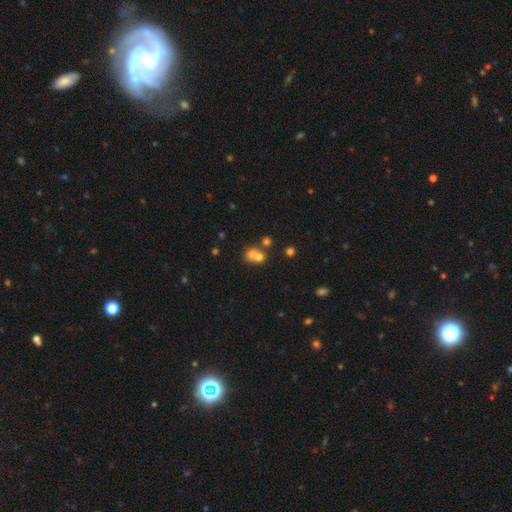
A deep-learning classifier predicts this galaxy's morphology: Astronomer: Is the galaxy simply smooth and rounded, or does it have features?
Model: smooth — 66%.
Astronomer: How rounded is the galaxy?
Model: round — 76%.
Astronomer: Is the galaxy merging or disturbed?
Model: merger — 58%.